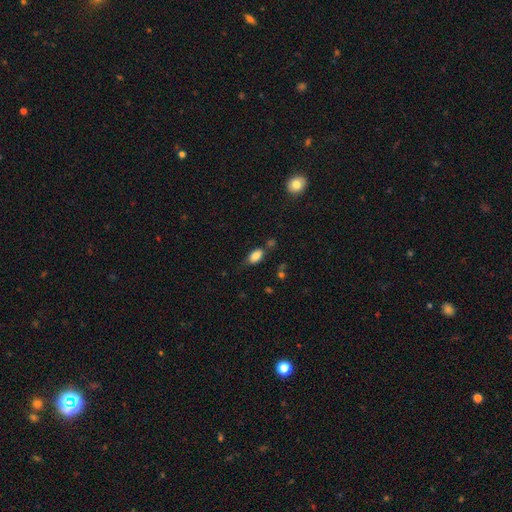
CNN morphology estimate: Smooth or featured?
  - smooth: 84% *
  - star or artifact: 9%
  - featured or disk: 7%
How rounded?
  - in between: 91% *
  - round: 5%
  - cigar-shaped: 4%
Merging?
  - none: 65% *
  - minor disturbance: 21%
  - merger: 8%
  - major disturbance: 6%